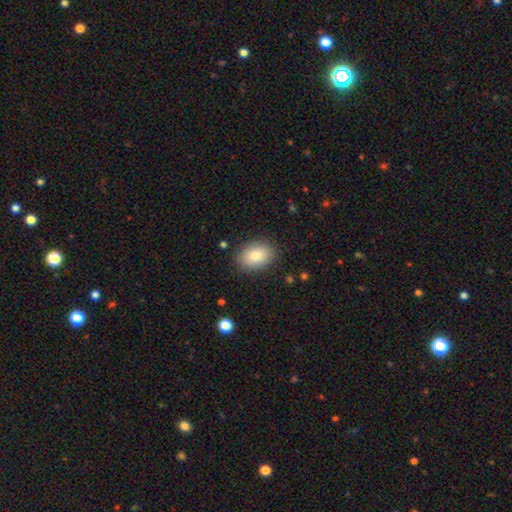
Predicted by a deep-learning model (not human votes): This is clearly a smooth galaxy (86%). How rounded: clearly in between (81%). Merging: clearly none (86%).